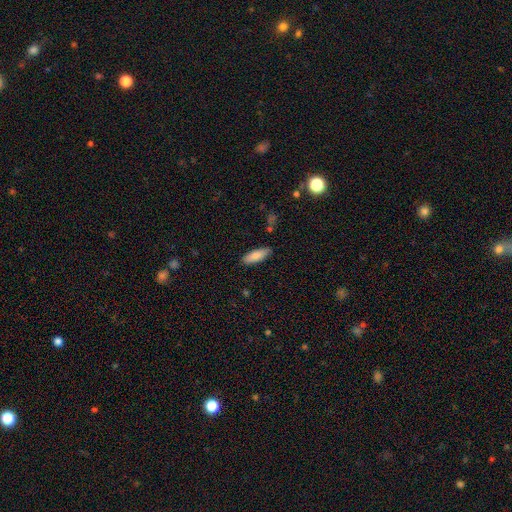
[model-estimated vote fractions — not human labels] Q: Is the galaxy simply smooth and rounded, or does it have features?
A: smooth — 84%.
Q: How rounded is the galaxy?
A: in between — 67%.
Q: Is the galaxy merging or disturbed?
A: none — 86%.